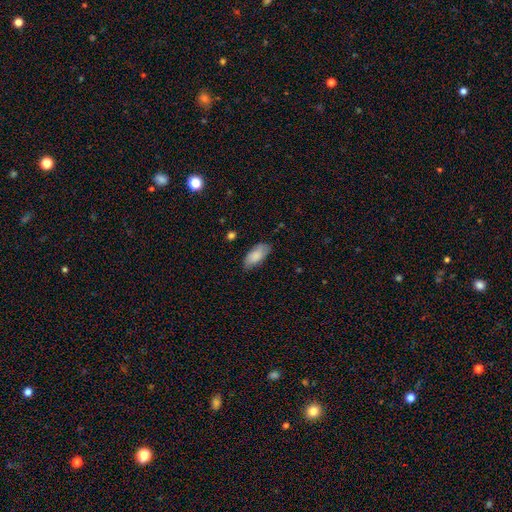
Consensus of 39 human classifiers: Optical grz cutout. It shows a smooth galaxy with no disk features (92%) that is in between round and cigar-shaped (97%). Merging: none (81%).